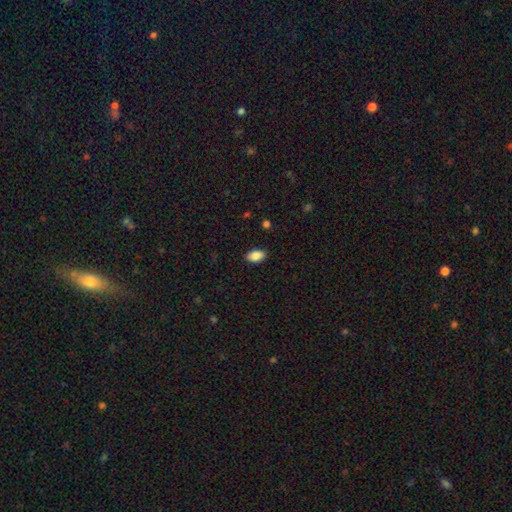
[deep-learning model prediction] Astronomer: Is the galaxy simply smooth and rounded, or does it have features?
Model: smooth — 87%.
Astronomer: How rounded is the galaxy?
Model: in between — 92%.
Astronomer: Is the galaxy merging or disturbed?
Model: none — 88%.